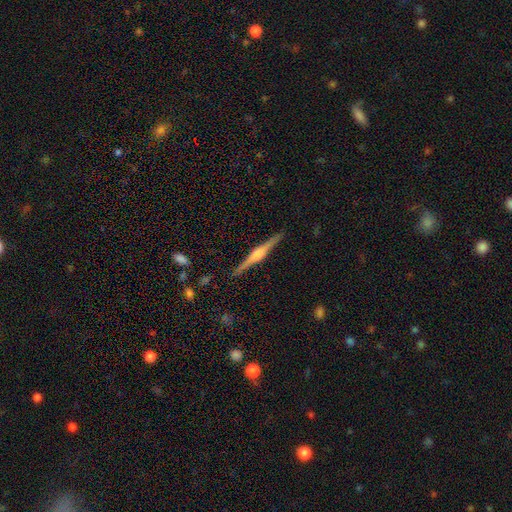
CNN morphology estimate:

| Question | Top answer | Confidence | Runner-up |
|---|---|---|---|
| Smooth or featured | featured or disk | 82% | smooth (13%) |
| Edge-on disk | yes | 98% | no (2%) |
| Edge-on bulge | rounded | 74% | boxy (21%) |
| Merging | none | 91% | minor disturbance (6%) |